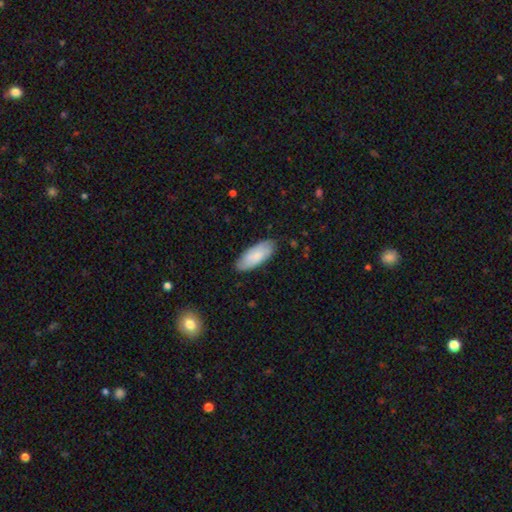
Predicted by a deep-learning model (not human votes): Q: Smooth or featured?
A: smooth (79%); runner-up: featured or disk (16%)
Q: How rounded?
A: in between (81%); runner-up: cigar-shaped (18%)
Q: Merging?
A: none (83%); runner-up: minor disturbance (13%)